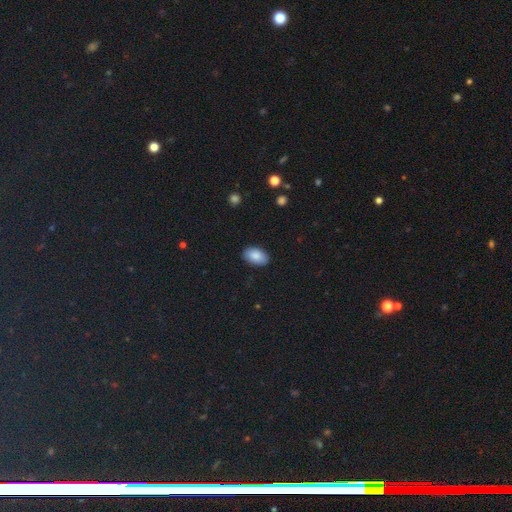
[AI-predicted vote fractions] Smooth or featured?
  - smooth: 87% *
  - star or artifact: 7%
  - featured or disk: 6%
How rounded?
  - in between: 93% *
  - round: 6%
  - cigar-shaped: 1%
Merging?
  - none: 88% *
  - minor disturbance: 9%
  - major disturbance: 2%
  - merger: 1%